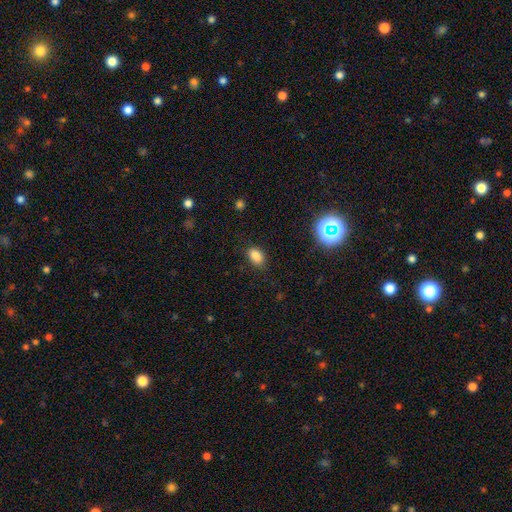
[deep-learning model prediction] The model was most divided on "merging": none: 83%, minor disturbance: 13%, major disturbance: 3%, merger: 1%. More confident: how rounded — in between (85%); smooth or featured — smooth (84%).